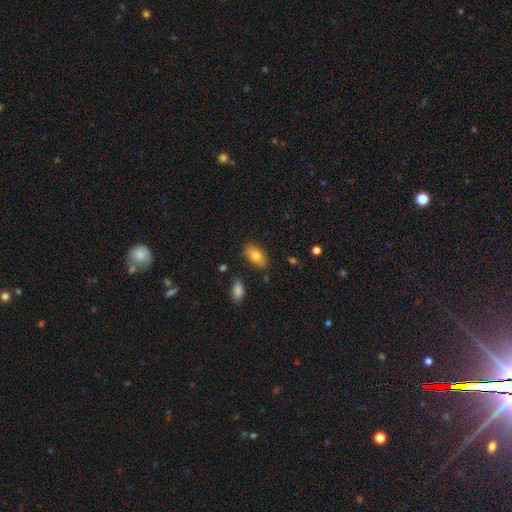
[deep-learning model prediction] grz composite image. It shows a smooth galaxy with no disk features (79%) that is in between round and cigar-shaped (92%). Merging: none (81%).